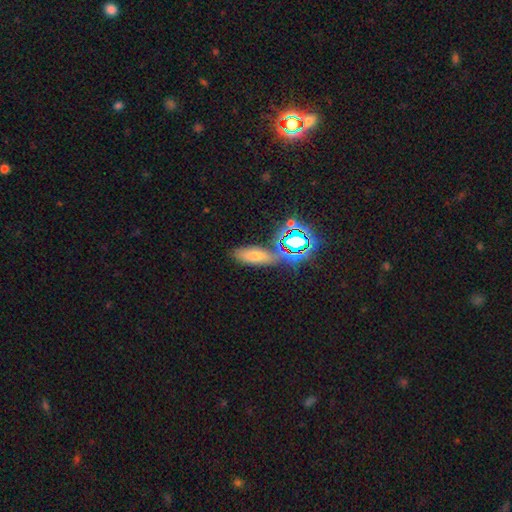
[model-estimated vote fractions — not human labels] Smooth or featured?
  - smooth: 60% *
  - star or artifact: 27%
  - featured or disk: 13%
How rounded?
  - in between: 69% *
  - cigar-shaped: 24%
  - round: 6%
Merging?
  - none: 68% *
  - minor disturbance: 16%
  - merger: 11%
  - major disturbance: 6%